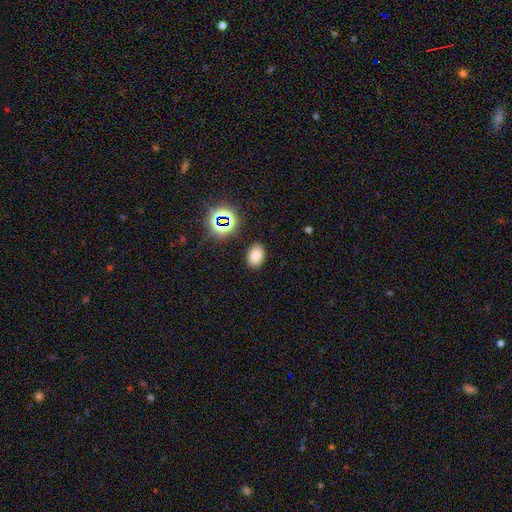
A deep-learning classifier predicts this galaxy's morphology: The model was most divided on "smooth or featured": smooth: 76%, star or artifact: 17%, featured or disk: 7%. More confident: merging — none (87%); how rounded — in between (81%).